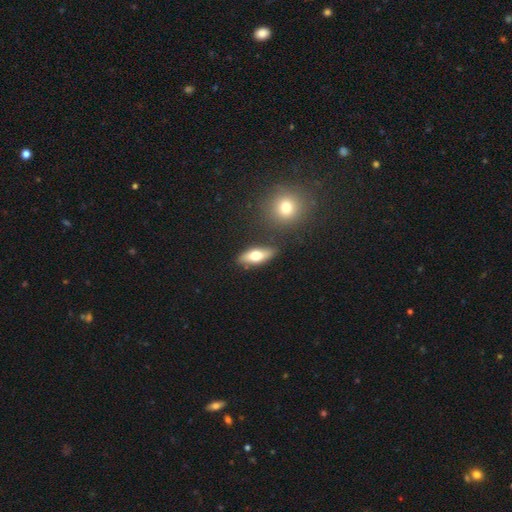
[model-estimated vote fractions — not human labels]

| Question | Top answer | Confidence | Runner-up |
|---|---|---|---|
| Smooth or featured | smooth | 63% | featured or disk (30%) |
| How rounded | in between | 66% | cigar-shaped (30%) |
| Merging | none | 82% | minor disturbance (11%) |